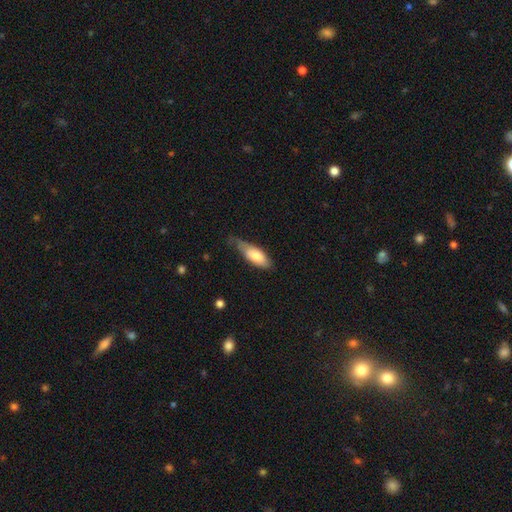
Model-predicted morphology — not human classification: Smooth or featured? Predicted: smooth (p=0.73). How rounded? Predicted: in between (p=0.73). Merging? Predicted: minor disturbance (p=0.43).